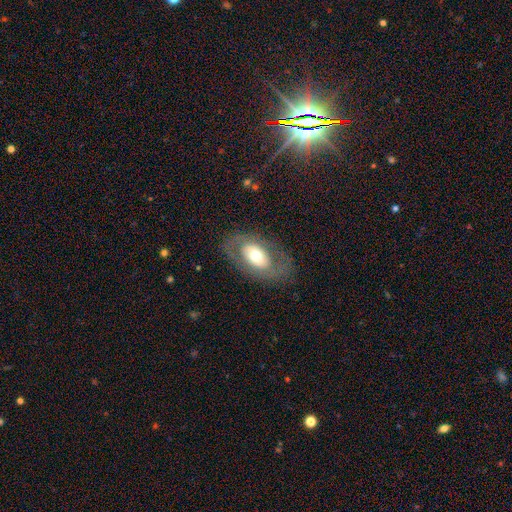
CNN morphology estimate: Smooth or featured? featured or disk (47%)
Merging? none (77%)